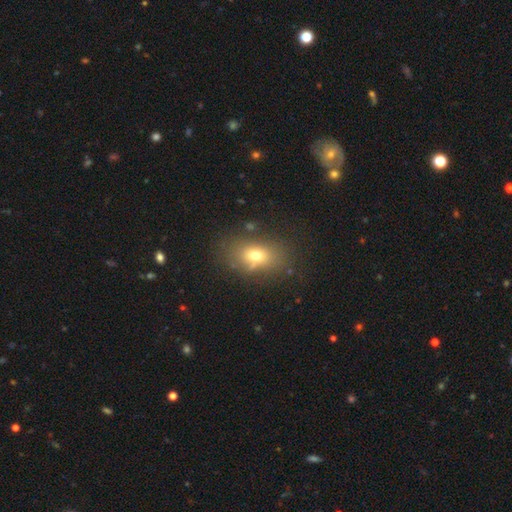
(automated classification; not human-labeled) Overall: smooth (70%). How rounded: in between (74%). Merging: none (72%).